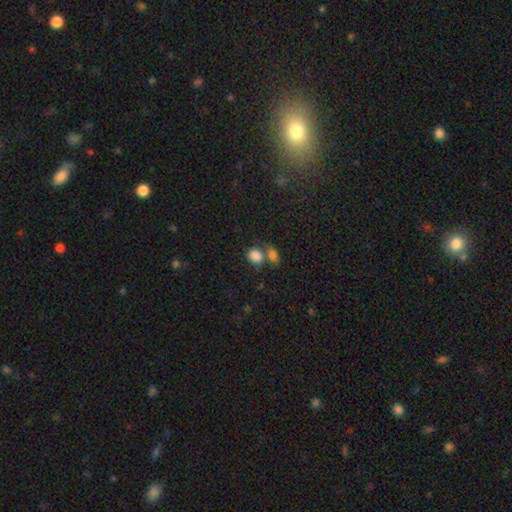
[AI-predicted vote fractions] Smooth or featured: smooth — 85% (star or artifact — 10%)
How rounded: in between — 60% (round — 39%)
Merging: merger — 43% (none — 41%)